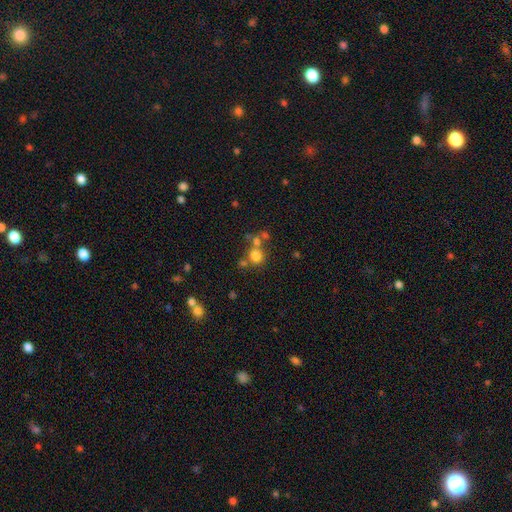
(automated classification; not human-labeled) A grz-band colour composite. It shows a smooth galaxy with no disk features (74%) that is round (85%). Merging: none (56%).